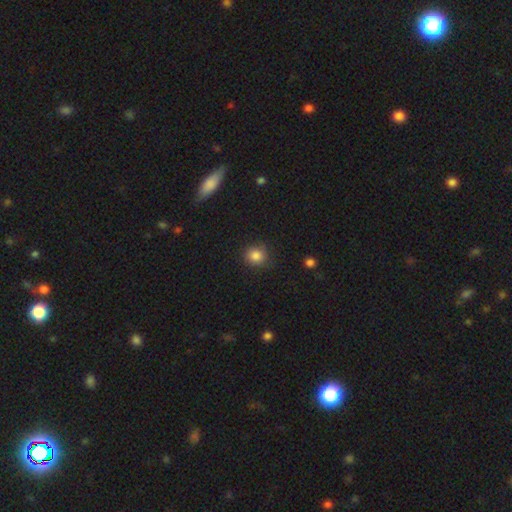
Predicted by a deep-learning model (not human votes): Overall: smooth (84%). How rounded: round (86%). Merging: none (82%).